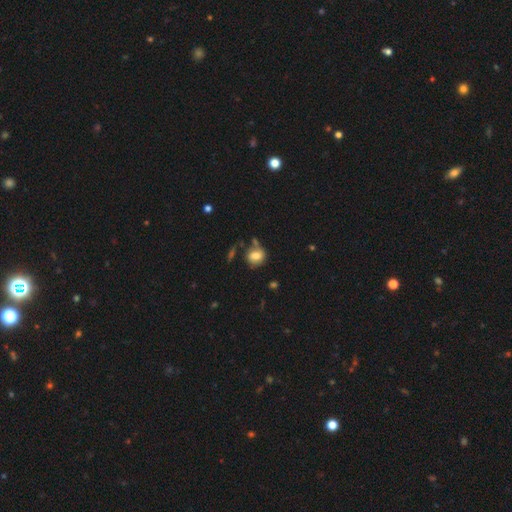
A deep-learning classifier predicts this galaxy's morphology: type=smooth (75%); roundness=round (60%); merging=none (58%).